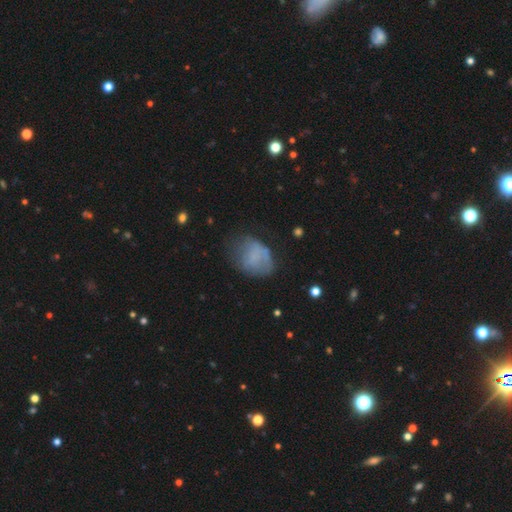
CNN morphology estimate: smooth-or-featured: smooth: 64% | featured or disk: 25% | star or artifact: 11%
  how-rounded: in between: 64% | round: 35% | cigar-shaped: 1%
  merging: none: 42% | minor disturbance: 32% | major disturbance: 23% | merger: 3%